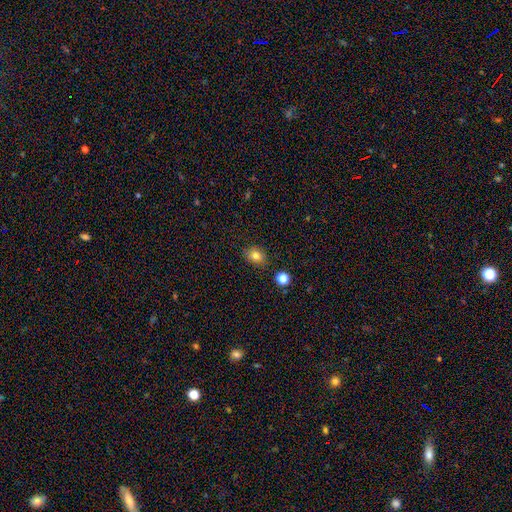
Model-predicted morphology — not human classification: Smooth or featured?
  - smooth: 80% *
  - star or artifact: 12%
  - featured or disk: 8%
How rounded?
  - in between: 54% *
  - round: 45%
  - cigar-shaped: 1%
Merging?
  - none: 83% *
  - minor disturbance: 12%
  - major disturbance: 3%
  - merger: 3%